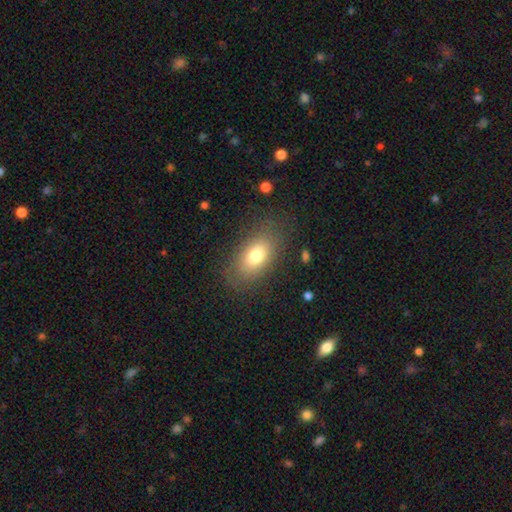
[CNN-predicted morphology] Smooth or featured?
  - smooth: 76% *
  - featured or disk: 15%
  - star or artifact: 9%
How rounded?
  - in between: 87% *
  - round: 10%
  - cigar-shaped: 3%
Merging?
  - none: 80% *
  - minor disturbance: 13%
  - major disturbance: 6%
  - merger: 1%